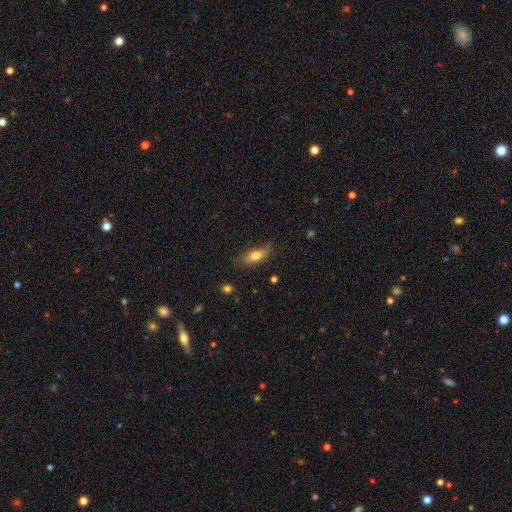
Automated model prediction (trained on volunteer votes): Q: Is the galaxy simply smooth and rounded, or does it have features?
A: smooth — 71%.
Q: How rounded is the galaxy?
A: in between — 70%.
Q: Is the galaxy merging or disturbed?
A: none — 69%.